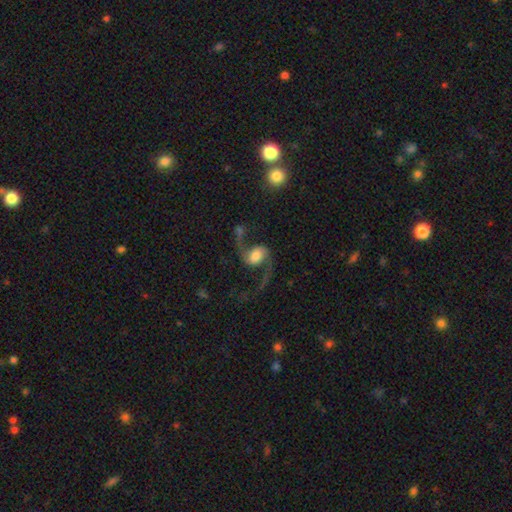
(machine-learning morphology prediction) The model was most divided on "bulge size": large: 39%, moderate: 30%, dominant: 12%, small: 12%, none: 8%. Remaining: edge-on disk — no (97%); spiral arms — yes (97%); spiral arm count — 2 (93%); smooth or featured — featured or disk (87%); spiral winding — loose (85%); merging — none (64%); bar — no (49%).